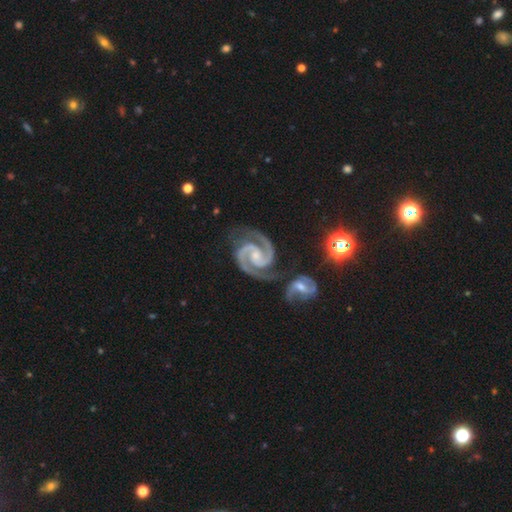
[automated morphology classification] A featured or disk galaxy (94%) with no bar (48%), 2 (94%) medium (54%) spiral arms (99%) and a small central bulge (58%).

Vote fractions:
- Smooth or featured? featured or disk: 94% / star or artifact: 3% / smooth: 2%
- Edge-on disk? no: 98% / yes: 2%
- Bar? no: 48% / weak: 35% / strong: 16%
- Spiral arms? yes: 99% / no: 1%
- Spiral winding? medium: 54% / tight: 40% / loose: 5%
- Spiral arm count? 2: 94% / 3: 2% / can't tell: 1% / 1: 1% / 4: 1% / more than 4: 1%
- Bulge size? small: 58% / moderate: 27% / none: 12% / large: 2% / dominant: 1%
- Merging? none: 67% / minor disturbance: 15% / merger: 13% / major disturbance: 5%